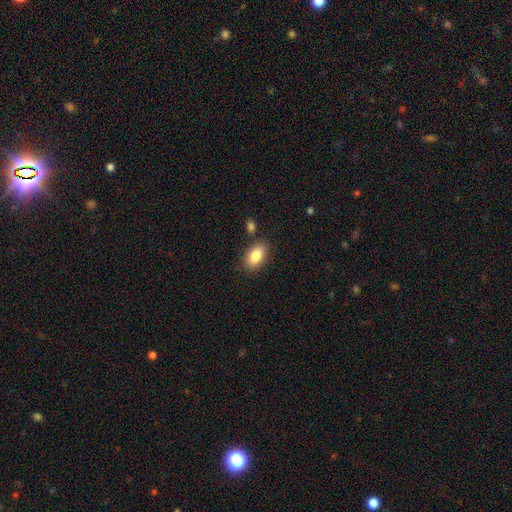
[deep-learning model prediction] Q: Smooth or featured?
A: smooth (86%); runner-up: featured or disk (7%)
Q: How rounded?
A: in between (92%); runner-up: round (6%)
Q: Merging?
A: none (81%); runner-up: minor disturbance (11%)